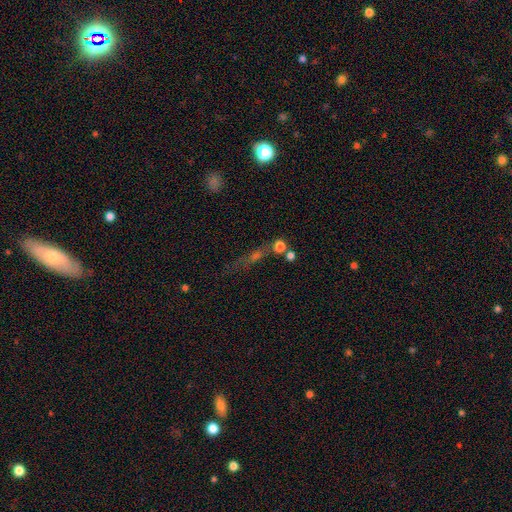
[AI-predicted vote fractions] smooth-or-featured: smooth: 35% | star or artifact: 34% | featured or disk: 31%
  merging: none: 58% | merger: 15% | minor disturbance: 14% | major disturbance: 12%